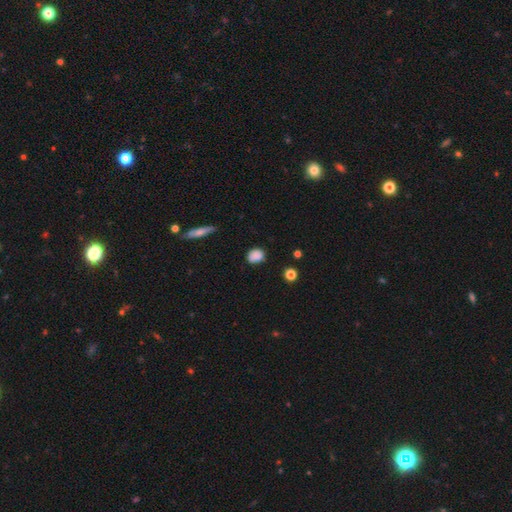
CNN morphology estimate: Smooth or featured? Predicted: smooth (p=0.85). How rounded? Predicted: round (p=0.55). Merging? Predicted: none (p=0.76).